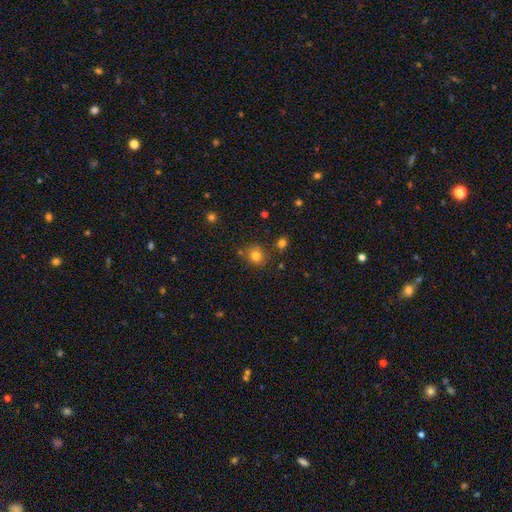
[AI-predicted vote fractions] The model was most divided on "smooth or featured": smooth: 79%, star or artifact: 14%, featured or disk: 7%. More confident: how rounded — round (86%); merging — none (79%).